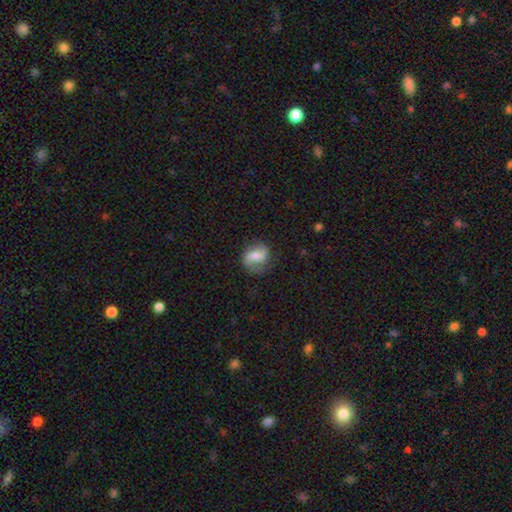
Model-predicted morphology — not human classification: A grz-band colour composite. It shows a featured or disk galaxy (61%) with a weak bar (45%), 2 (87%) medium (42%) spiral arms (91%) and a moderate central bulge (55%). Merging: none (74%).